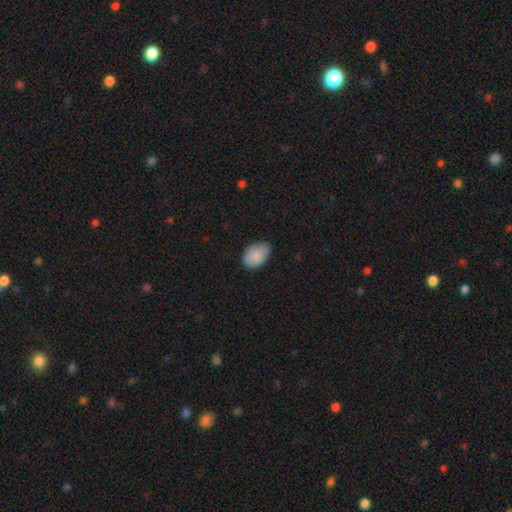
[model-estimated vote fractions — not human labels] This appears to be a smooth galaxy with no disk features (86%) that is in between round and cigar-shaped (79%). Merging: none (70%).